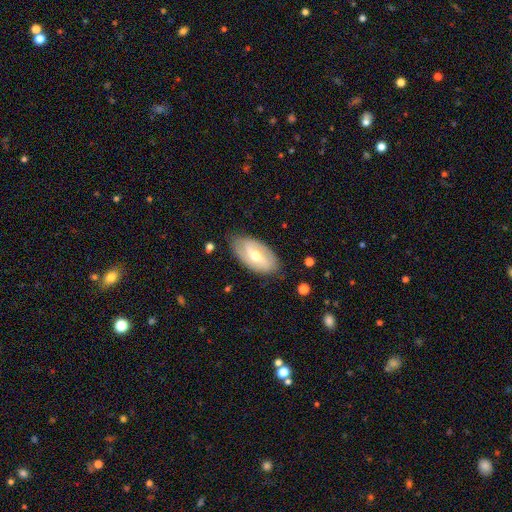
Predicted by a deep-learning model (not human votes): This appears to be a featured or disk galaxy (70%) with a weak bar (43%), 2 (79%) medium (39%) spiral arms (80%) and a moderate central bulge (58%). Merging: none (79%).